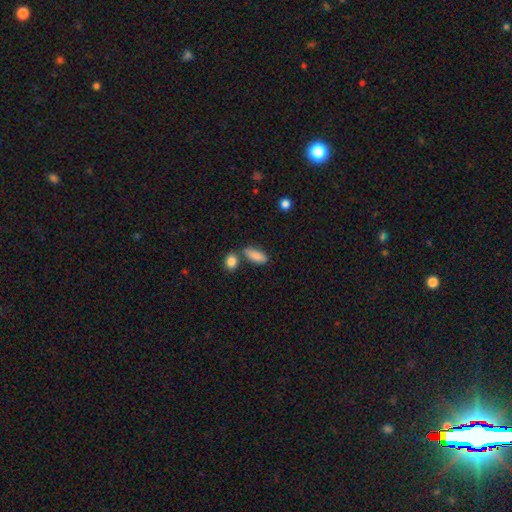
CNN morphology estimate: This appears to be a smooth galaxy with no disk features (86%) that is in between round and cigar-shaped (75%). Merging: none (65%).